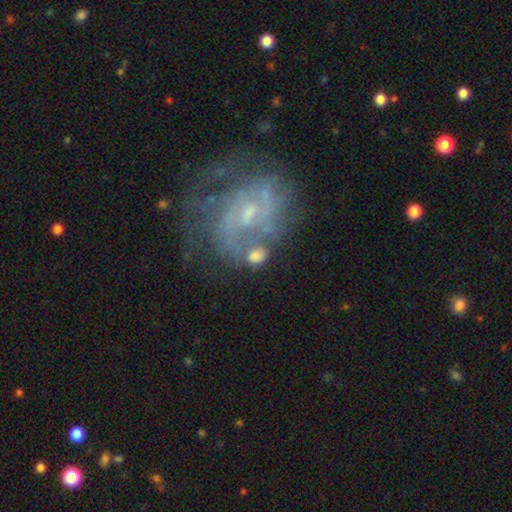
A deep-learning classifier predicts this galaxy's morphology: This appears to be a smooth galaxy with no disk features (48%). Merging: none (49%).